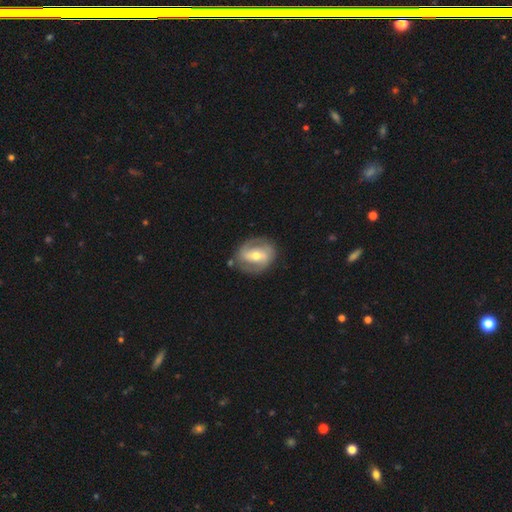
Smooth or featured? 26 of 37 (70%) said featured or disk. Edge-on disk? 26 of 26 (100%) said no. Bar? 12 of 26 (46%) said strong. Spiral arms? 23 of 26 (88%) said yes. Spiral winding? 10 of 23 (43%) said medium. Spiral arm count? 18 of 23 (78%) said 2. Bulge size? 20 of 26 (77%) said moderate. Merging? 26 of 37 (70%) said none.